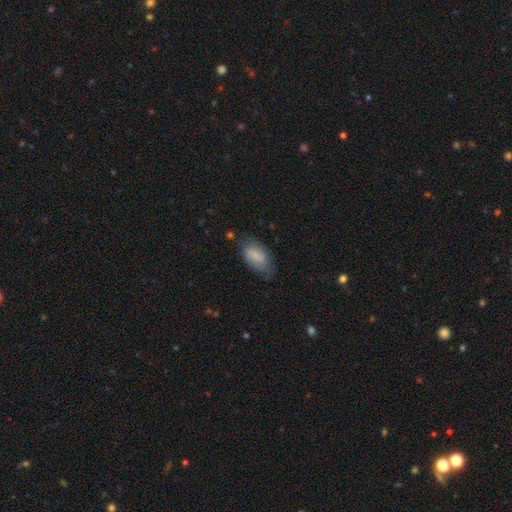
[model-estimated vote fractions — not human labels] This appears to be a smooth galaxy with no disk features (70%) that is in between round and cigar-shaped (92%). Merging: none (59%).